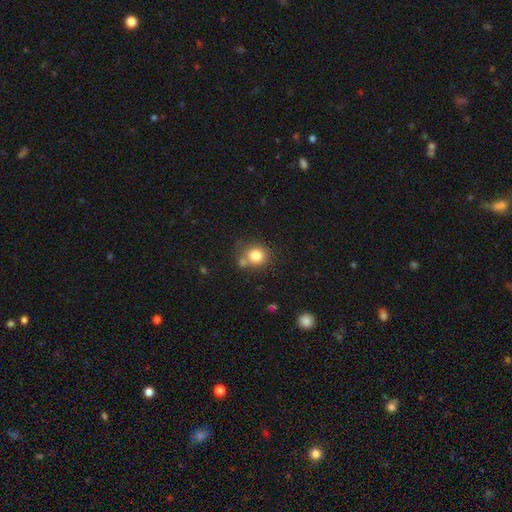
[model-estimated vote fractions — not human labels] The model was most divided on "merging": none: 66%, merger: 18%, minor disturbance: 13%, major disturbance: 4%. More confident: how rounded — round (84%); smooth or featured — smooth (81%).